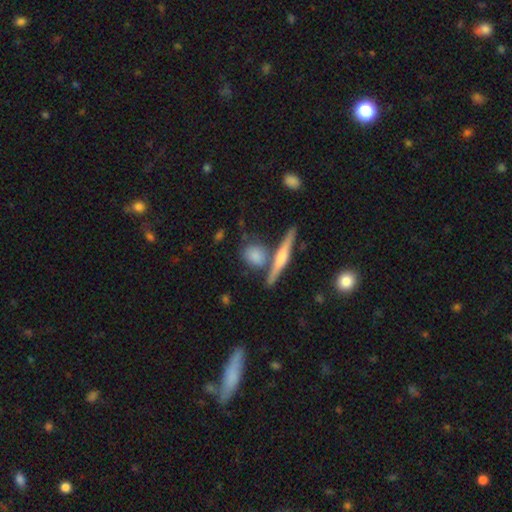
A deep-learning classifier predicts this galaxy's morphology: Smooth or featured? Predicted: smooth (p=0.68). How rounded? Predicted: round (p=0.49). Merging? Predicted: none (p=0.62).